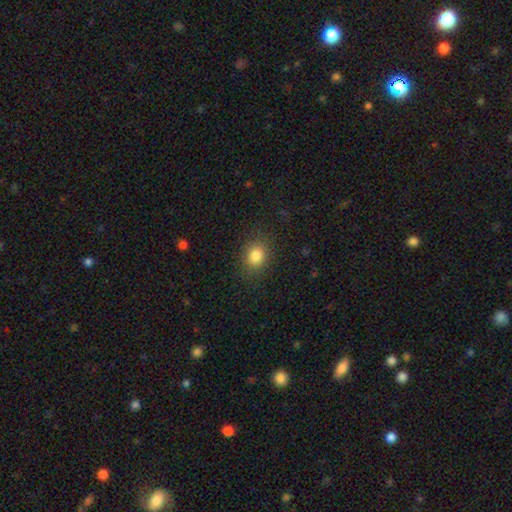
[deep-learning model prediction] Overall: smooth (82%). How rounded: round (59%; in between 40%). Merging: none (86%).